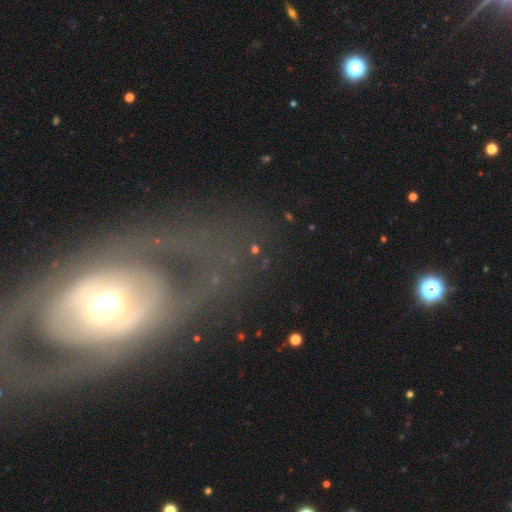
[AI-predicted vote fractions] smooth-or-featured: featured or disk: 72% | smooth: 16% | star or artifact: 11%
  disk-edge-on: no: 87% | yes: 13%
    bar: no: 51% | weak: 26% | strong: 24%
    has-spiral-arms: no: 60% | yes: 40%
    bulge-size: moderate: 54% | large: 25% | small: 13% | dominant: 7% | none: 2%
  merging: none: 74% | major disturbance: 13% | minor disturbance: 11% | merger: 2%